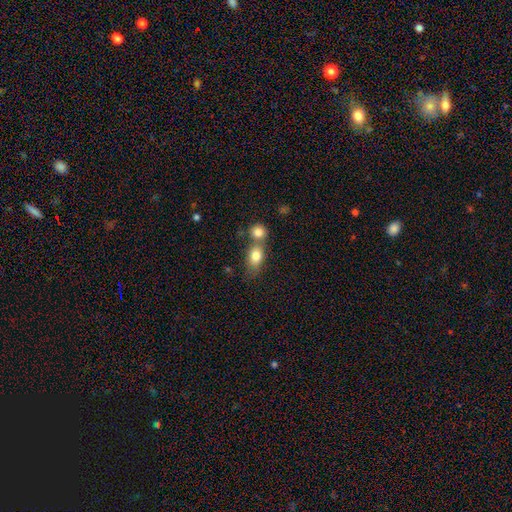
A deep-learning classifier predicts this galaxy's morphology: smooth 80%, featured or disk 11%, star or artifact 9%. Down the decision tree: how rounded — in between (67%); merging — merger (47%).